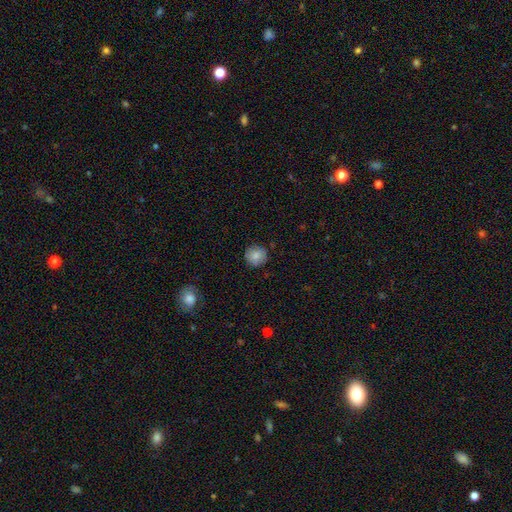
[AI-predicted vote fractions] smooth_or_featured: smooth (p=0.85) [alt: star or artifact p=0.08]
how_rounded: round (p=0.93) [alt: in between p=0.06]
merging: none (p=0.87) [alt: minor disturbance p=0.10]